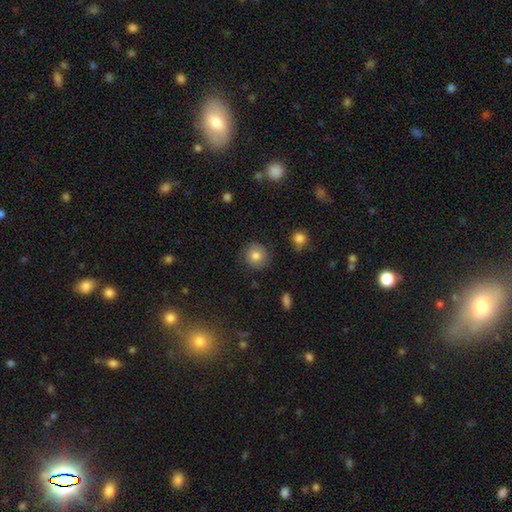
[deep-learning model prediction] smooth-or-featured: smooth: 67% | featured or disk: 23% | star or artifact: 10%
  how-rounded: round: 89% | in between: 10% | cigar-shaped: 1%
  merging: none: 81% | minor disturbance: 13% | major disturbance: 5% | merger: 1%